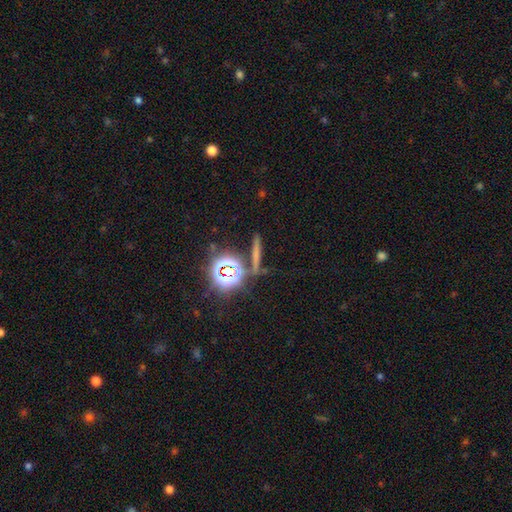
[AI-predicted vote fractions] Q: Smooth or featured?
A: smooth (42%); runner-up: star or artifact (36%)
Q: Merging?
A: none (81%); runner-up: minor disturbance (9%)